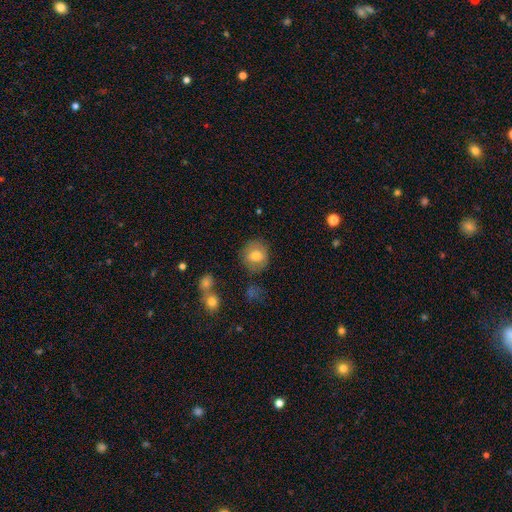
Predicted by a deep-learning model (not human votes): smooth-or-featured: smooth: 74% | featured or disk: 18% | star or artifact: 9%
  how-rounded: round: 83% | in between: 16% | cigar-shaped: 1%
  merging: none: 77% | minor disturbance: 14% | major disturbance: 5% | merger: 4%